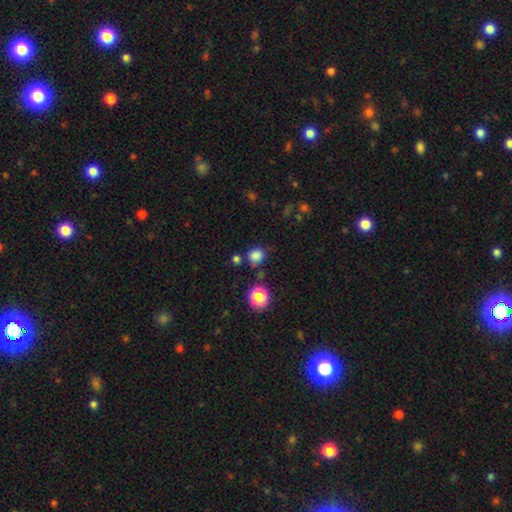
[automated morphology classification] This appears to be a smooth galaxy with no disk features (80%) that is round (77%). Merging: none (68%).